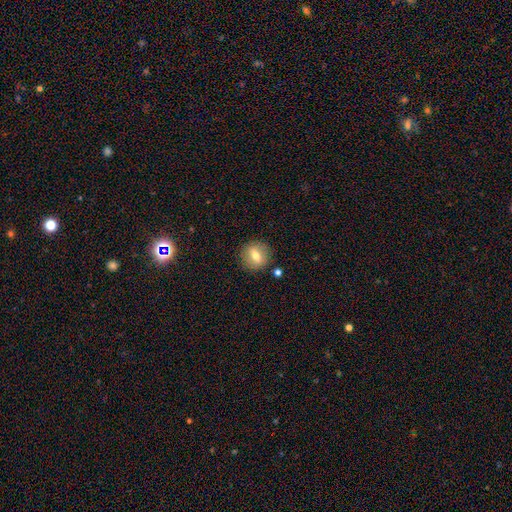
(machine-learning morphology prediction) smooth 63%, featured or disk 27%, star or artifact 10%. Down the decision tree: how rounded — round (86%); merging — none (87%).